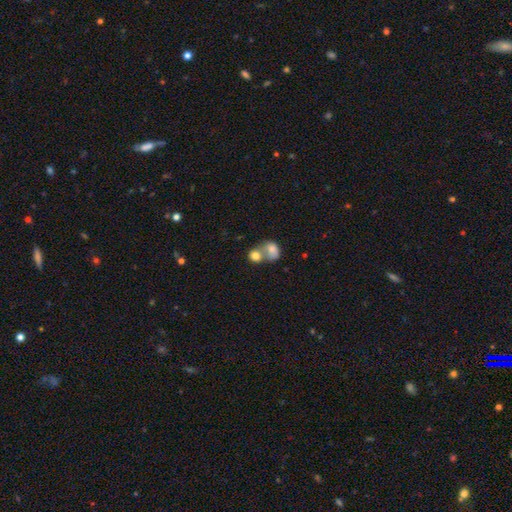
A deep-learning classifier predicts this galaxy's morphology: Smooth or featured? smooth (78%)
How rounded? round (61%)
Merging? merger (67%)